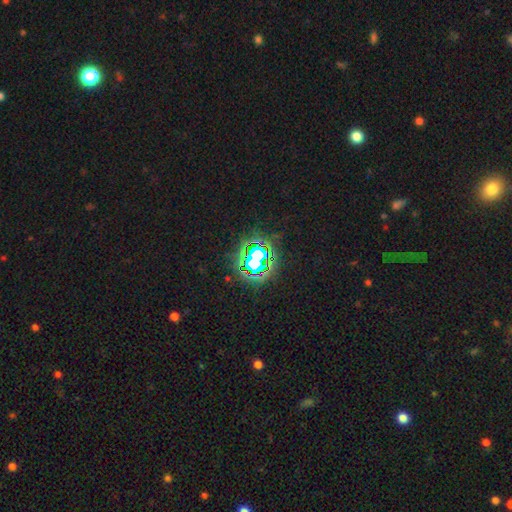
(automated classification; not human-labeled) star or artifact 82%, smooth 12%, featured or disk 6%.